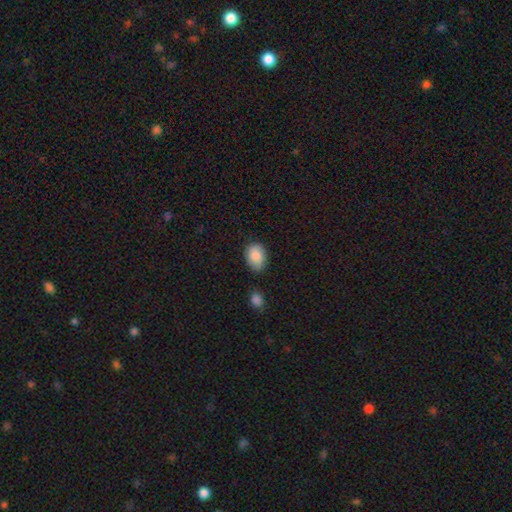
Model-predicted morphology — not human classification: The model was most divided on "merging": none: 70%, minor disturbance: 23%, major disturbance: 4%, merger: 4%. More confident: smooth or featured — smooth (85%); how rounded — in between (75%).